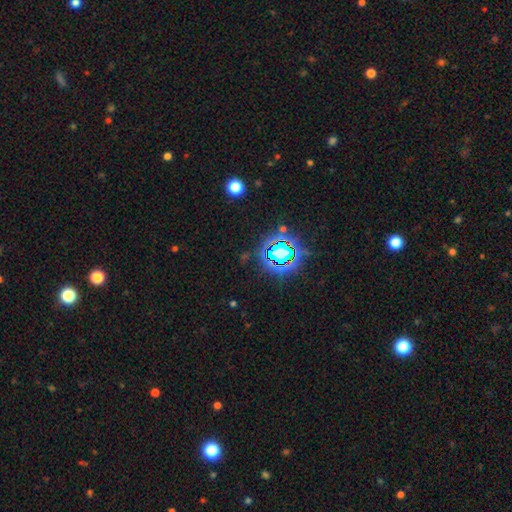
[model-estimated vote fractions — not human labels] Overall: star or artifact (82%).